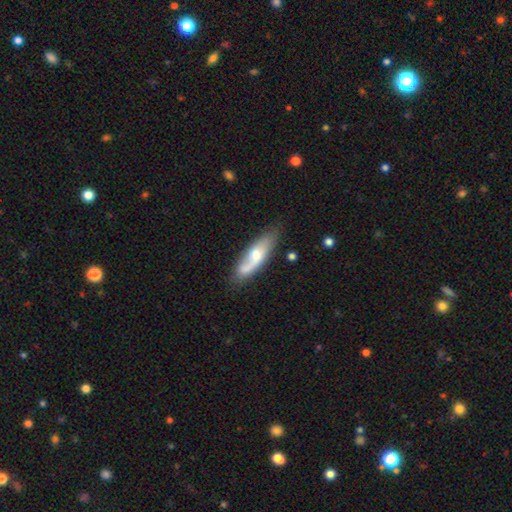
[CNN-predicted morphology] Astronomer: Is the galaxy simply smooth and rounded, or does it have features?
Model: smooth — 48% (runner-up: featured or disk, 46%).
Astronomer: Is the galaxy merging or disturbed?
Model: none — 57%.